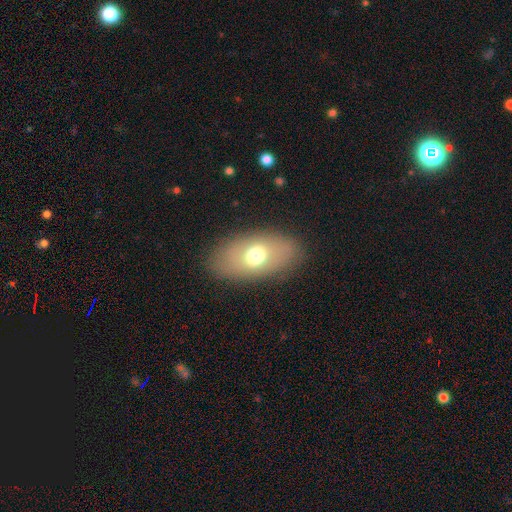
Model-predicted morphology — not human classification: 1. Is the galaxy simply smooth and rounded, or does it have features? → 64% smooth, 26% featured or disk, 10% star or artifact.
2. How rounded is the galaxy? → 88% in between, 9% round, 2% cigar-shaped.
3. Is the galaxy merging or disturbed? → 85% none, 10% minor disturbance, 5% major disturbance, 1% merger.